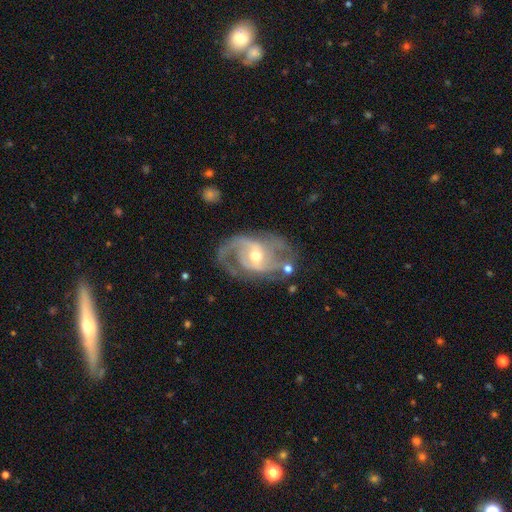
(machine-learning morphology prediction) A featured or disk galaxy (88%) with a weak bar (45%), 2 (61%) medium (49%) spiral arms (94%) and a moderate central bulge (61%).

Vote fractions:
- Smooth or featured? featured or disk: 88% / smooth: 7% / star or artifact: 5%
- Edge-on disk? no: 97% / yes: 3%
- Bar? weak: 45% / no: 35% / strong: 20%
- Spiral arms? yes: 94% / no: 6%
- Spiral winding? medium: 49% / tight: 31% / loose: 20%
- Spiral arm count? 2: 61% / can't tell: 13% / 3: 13% / 1: 8% / 4: 3% / more than 4: 2%
- Bulge size? moderate: 61% / small: 35% / large: 3% / none: 1% / dominant: 1%
- Merging? none: 61% / minor disturbance: 21% / major disturbance: 14% / merger: 4%